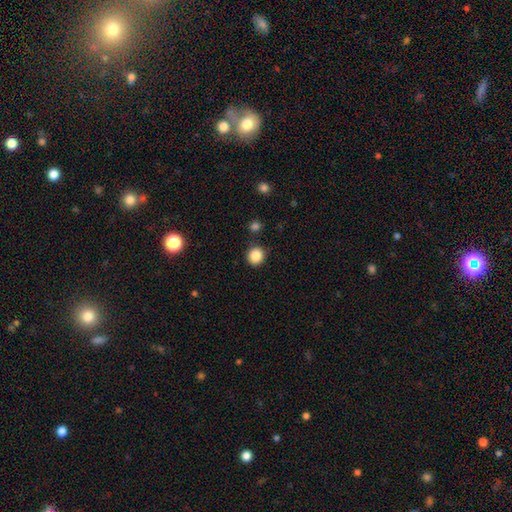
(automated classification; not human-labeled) A smooth galaxy with no disk features (86%) that is round (88%).

Vote fractions:
- Smooth or featured? smooth: 86% / star or artifact: 10% / featured or disk: 4%
- How rounded? round: 88% / in between: 11% / cigar-shaped: 1%
- Merging? none: 87% / minor disturbance: 8% / merger: 3% / major disturbance: 2%